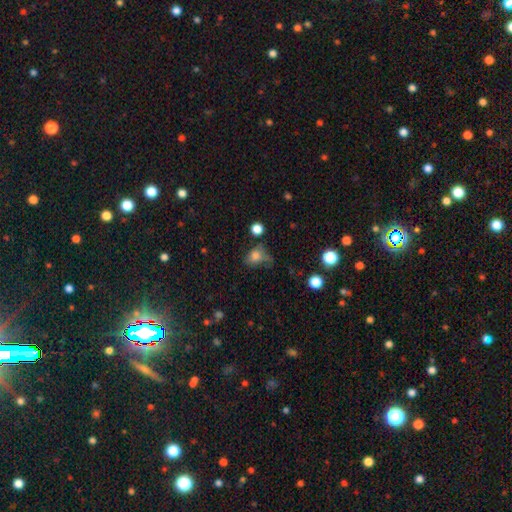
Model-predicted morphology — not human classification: This is likely a smooth galaxy (75%). How rounded: possibly round (51%). Merging: marginally none (40%).